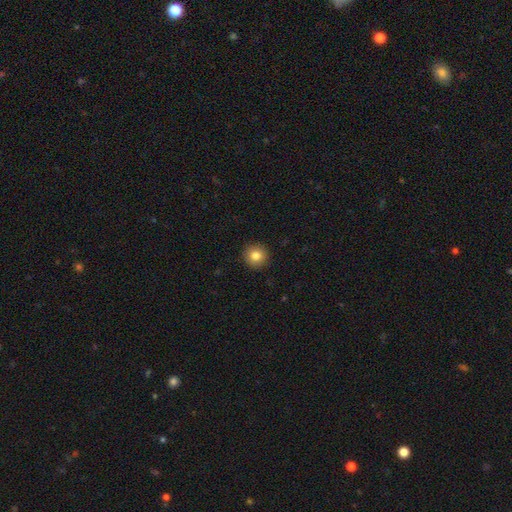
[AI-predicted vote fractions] This appears to be a smooth galaxy with no disk features (83%) that is round (95%). Merging: none (93%).